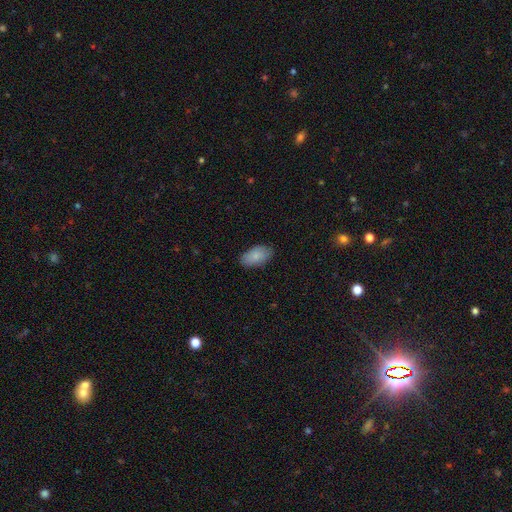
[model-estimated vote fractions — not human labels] smooth-or-featured: smooth: 84% | featured or disk: 9% | star or artifact: 7%
  how-rounded: in between: 94% | round: 4% | cigar-shaped: 2%
  merging: none: 84% | minor disturbance: 13% | major disturbance: 2% | merger: 1%